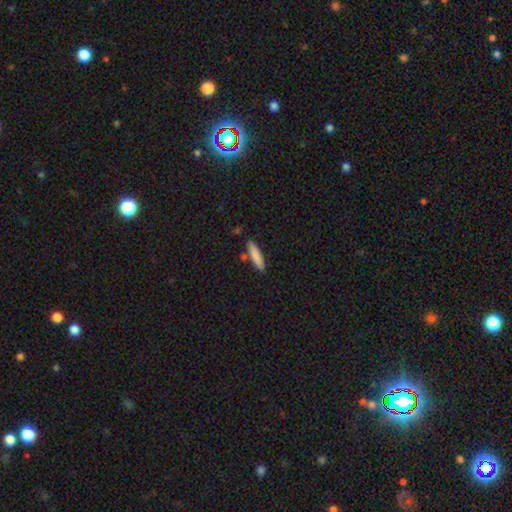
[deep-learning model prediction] Smooth or featured?
  - smooth: 83% *
  - featured or disk: 11%
  - star or artifact: 6%
How rounded?
  - cigar-shaped: 81% *
  - in between: 18%
  - round: 1%
Merging?
  - none: 83% *
  - minor disturbance: 10%
  - merger: 6%
  - major disturbance: 2%